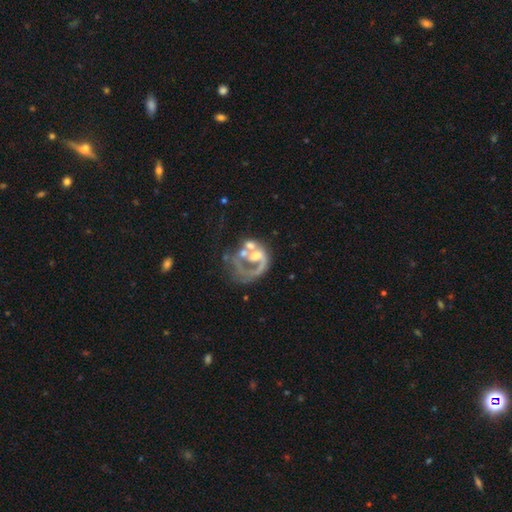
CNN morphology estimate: smooth-or-featured: featured or disk: 77% | smooth: 14% | star or artifact: 8%
  disk-edge-on: no: 98% | yes: 2%
    bar: no: 72% | weak: 21% | strong: 7%
    has-spiral-arms: yes: 59% | no: 41%
    bulge-size: moderate: 48% | none: 21% | small: 20% | large: 10% | dominant: 3%
  merging: major disturbance: 34% | merger: 29% | none: 25% | minor disturbance: 12%